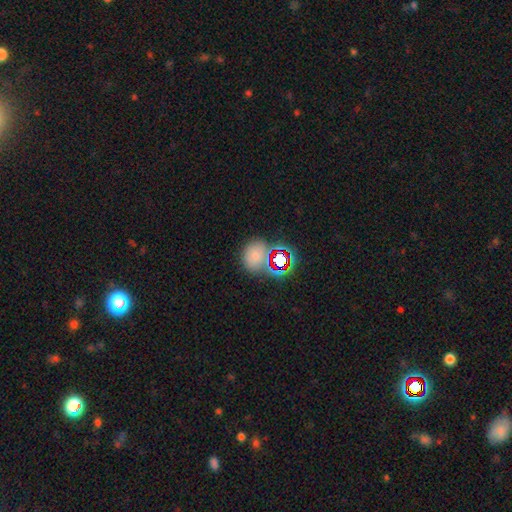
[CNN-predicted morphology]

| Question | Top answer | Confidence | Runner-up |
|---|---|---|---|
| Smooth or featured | smooth | 63% | star or artifact (27%) |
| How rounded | round | 72% | in between (26%) |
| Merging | none | 67% | minor disturbance (14%) |